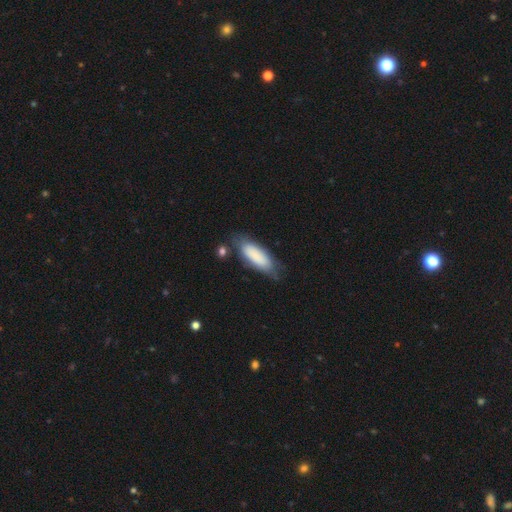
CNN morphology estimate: Overall: smooth (83%). How rounded: in between (64%; cigar-shaped 35%). Merging: none (70%).